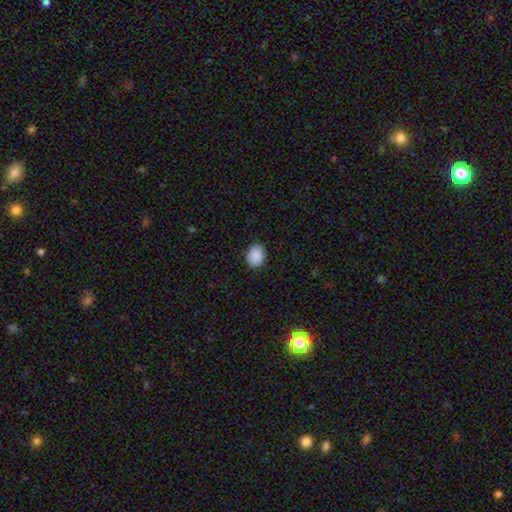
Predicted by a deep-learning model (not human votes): The model was most divided on "how rounded": in between: 63%, round: 36%, cigar-shaped: 1%. More confident: smooth or featured — smooth (90%); merging — none (89%).